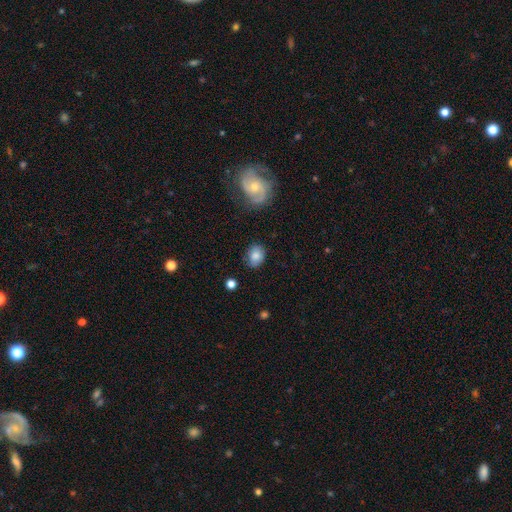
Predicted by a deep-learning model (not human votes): Q: Smooth or featured?
A: smooth (78%); runner-up: featured or disk (14%)
Q: How rounded?
A: in between (57%); runner-up: round (41%)
Q: Merging?
A: none (72%); runner-up: minor disturbance (20%)